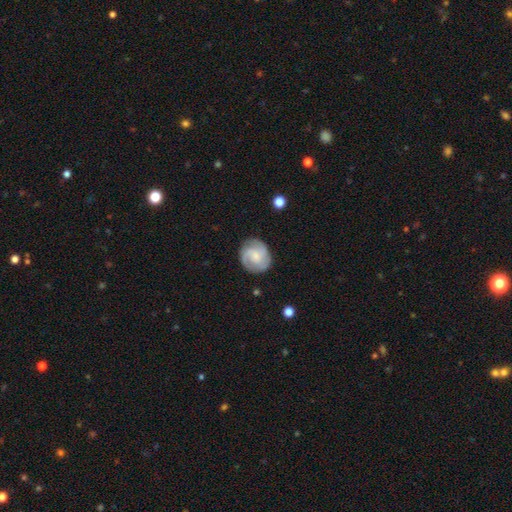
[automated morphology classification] Smooth or featured: featured or disk — 68% (smooth — 26%)
Edge-on disk: no — 98% (yes — 2%)
Bar: no — 62% (weak — 33%)
Spiral arms: yes — 94% (no — 6%)
Spiral winding: tight — 49% (medium — 40%)
Spiral arm count: 3 — 35% (2 — 33%)
Bulge size: small — 43% (moderate — 29%)
Merging: none — 79% (minor disturbance — 15%)